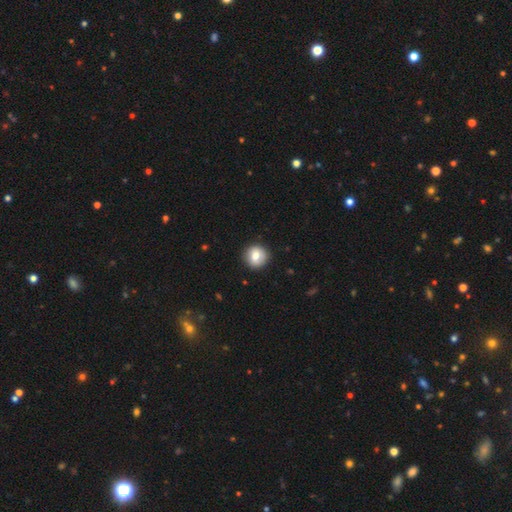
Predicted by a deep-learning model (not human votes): smooth 77%, featured or disk 15%, star or artifact 8%. Down the decision tree: how rounded — round (89%); merging — none (89%).